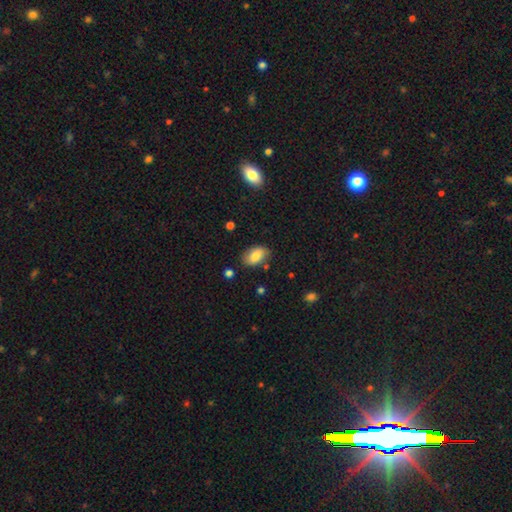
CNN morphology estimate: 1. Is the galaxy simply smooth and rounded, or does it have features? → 81% smooth, 12% featured or disk, 8% star or artifact.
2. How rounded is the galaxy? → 91% in between, 7% round, 2% cigar-shaped.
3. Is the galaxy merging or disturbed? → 80% none, 14% minor disturbance, 3% major disturbance, 3% merger.